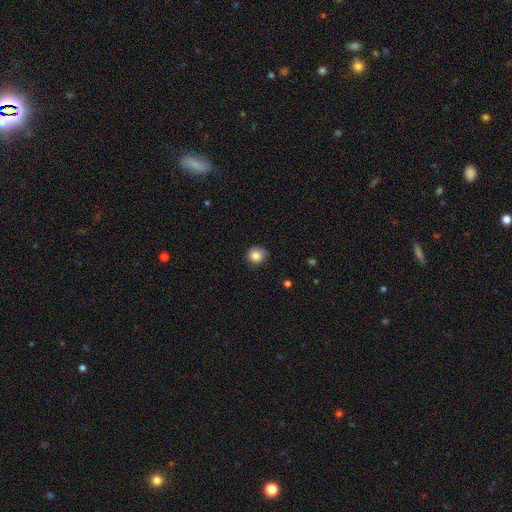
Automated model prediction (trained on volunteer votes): A smooth galaxy with no disk features (85%) that is round (89%). Merging: none (79%).